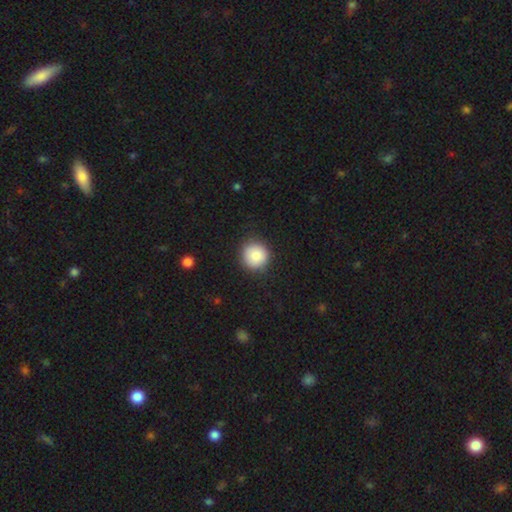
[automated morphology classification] This appears to be a smooth galaxy with no disk features (86%) that is round (93%). Merging: none (89%).